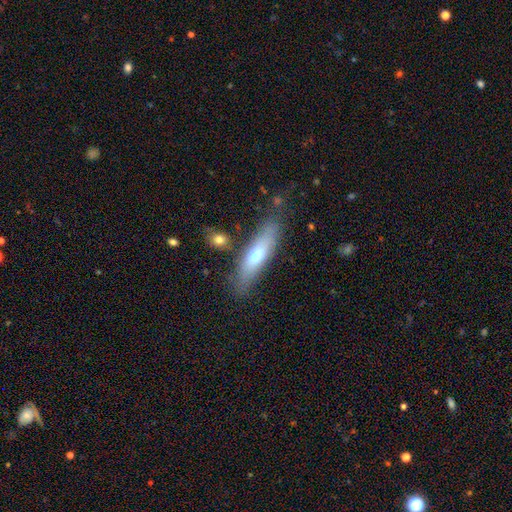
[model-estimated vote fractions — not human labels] smooth 60%, featured or disk 33%, star or artifact 7%. Down the decision tree: how rounded — cigar-shaped (64%); merging — none (78%).